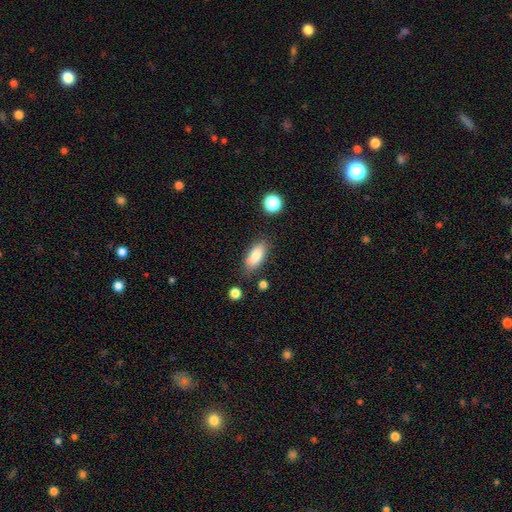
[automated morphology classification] Smooth or featured?
  - smooth: 83% *
  - featured or disk: 10%
  - star or artifact: 7%
How rounded?
  - in between: 84% *
  - cigar-shaped: 13%
  - round: 3%
Merging?
  - none: 78% *
  - minor disturbance: 15%
  - merger: 4%
  - major disturbance: 3%